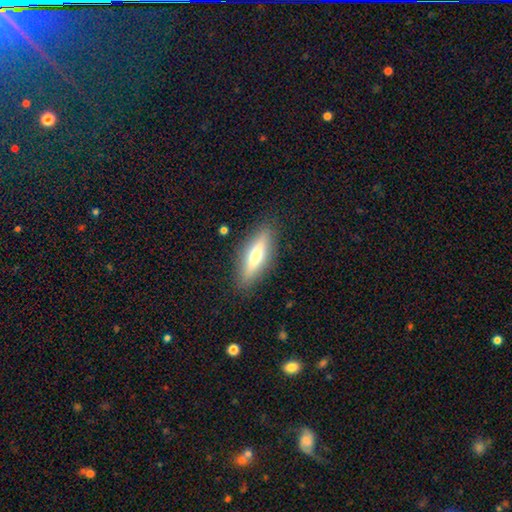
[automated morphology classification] A smooth galaxy with no disk features (52%) that is cigar-shaped (59%).

Vote fractions:
- Smooth or featured? smooth: 52% / featured or disk: 41% / star or artifact: 7%
- How rounded? cigar-shaped: 59% / in between: 39% / round: 2%
- Merging? none: 87% / minor disturbance: 9% / major disturbance: 3% / merger: 1%